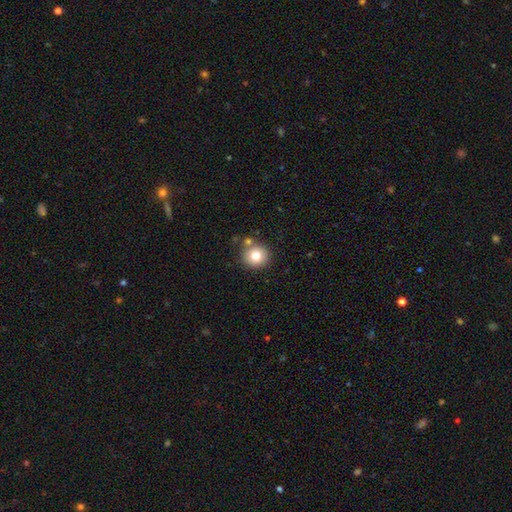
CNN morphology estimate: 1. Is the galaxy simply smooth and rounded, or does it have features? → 77% smooth, 12% featured or disk, 12% star or artifact.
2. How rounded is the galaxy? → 92% round, 7% in between, 1% cigar-shaped.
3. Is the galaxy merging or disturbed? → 77% none, 10% merger, 9% minor disturbance, 3% major disturbance.